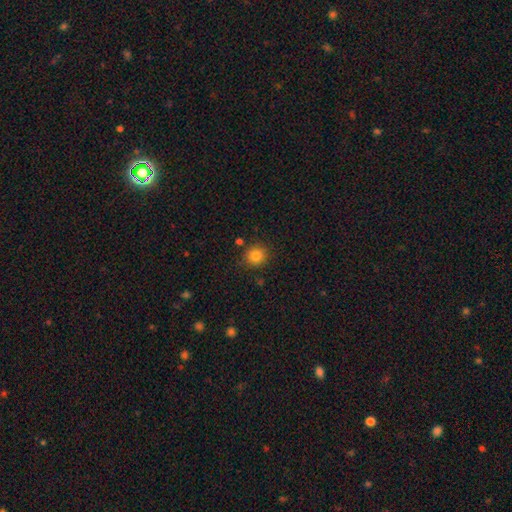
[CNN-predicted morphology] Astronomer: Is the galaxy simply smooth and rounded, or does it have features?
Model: smooth — 83%.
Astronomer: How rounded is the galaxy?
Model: round — 91%.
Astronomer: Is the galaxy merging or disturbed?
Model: none — 86%.